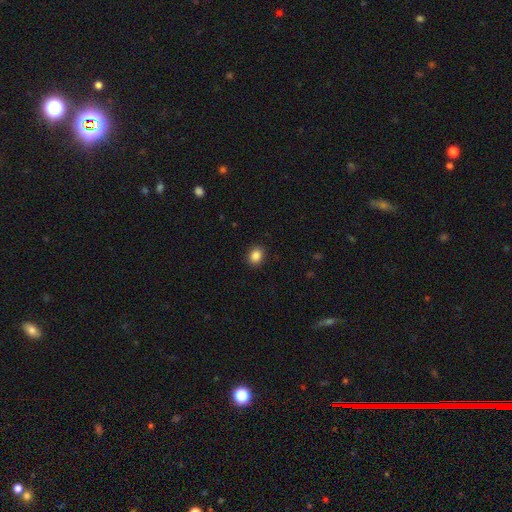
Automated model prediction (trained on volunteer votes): Smooth or featured? smooth (87%)
How rounded? round (52%)
Merging? none (90%)